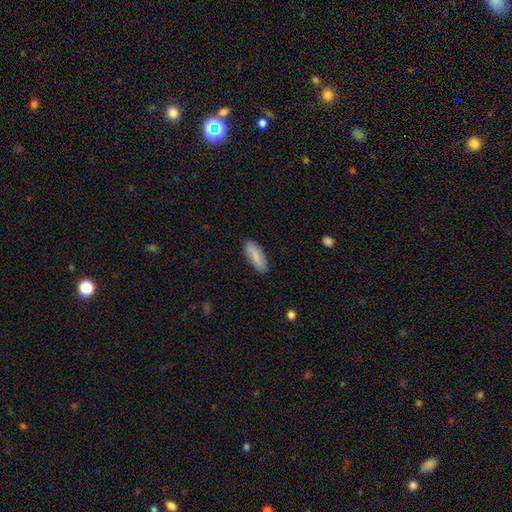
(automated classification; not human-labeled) A smooth galaxy with no disk features (79%) that is in between round and cigar-shaped (77%).

Vote fractions:
- Smooth or featured? smooth: 79% / featured or disk: 15% / star or artifact: 6%
- How rounded? in between: 77% / cigar-shaped: 21% / round: 2%
- Merging? none: 83% / minor disturbance: 13% / major disturbance: 3% / merger: 1%